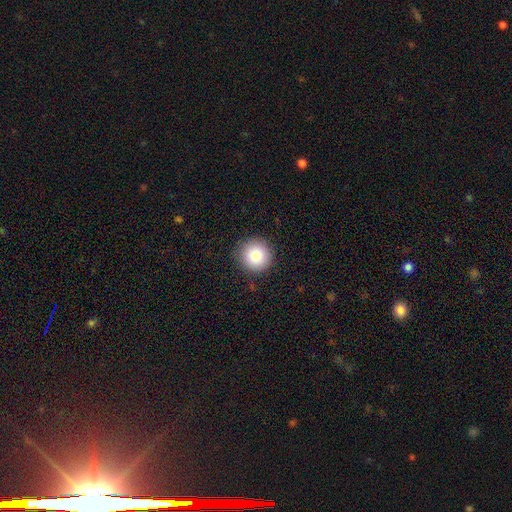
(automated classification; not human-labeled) smooth 83%, star or artifact 9%, featured or disk 7%. Down the decision tree: how rounded — round (95%); merging — none (90%).